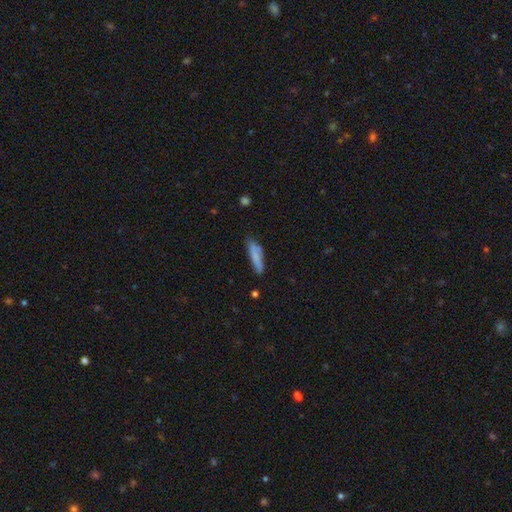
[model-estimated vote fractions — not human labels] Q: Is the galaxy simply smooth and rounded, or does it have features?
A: smooth — 81%.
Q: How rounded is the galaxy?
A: cigar-shaped — 76%.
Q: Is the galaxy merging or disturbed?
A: none — 73%.